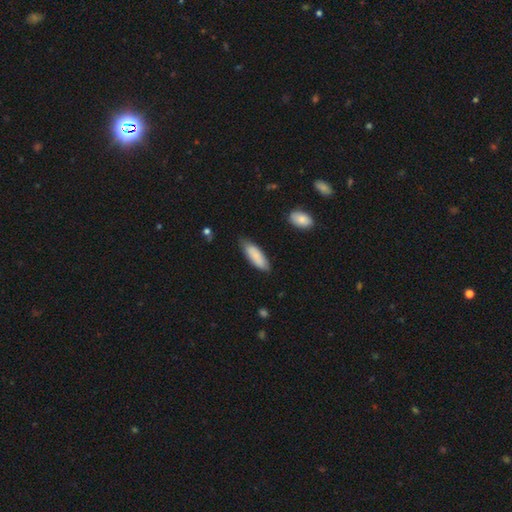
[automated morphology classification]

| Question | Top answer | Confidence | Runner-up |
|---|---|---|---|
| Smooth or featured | smooth | 83% | featured or disk (11%) |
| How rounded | in between | 60% | cigar-shaped (38%) |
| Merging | none | 75% | minor disturbance (19%) |